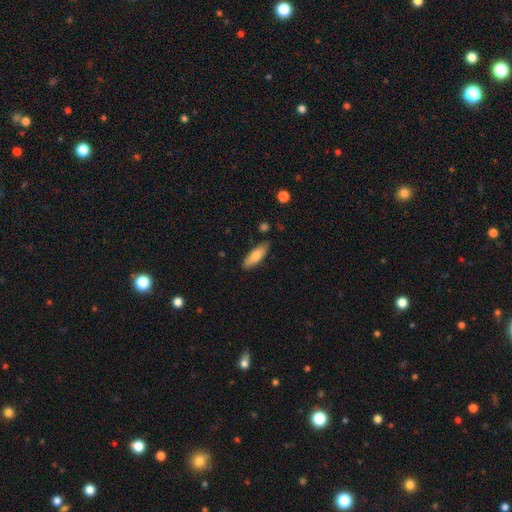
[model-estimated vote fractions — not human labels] Smooth or featured? Predicted: smooth (p=0.76). How rounded? Predicted: in between (p=0.59). Merging? Predicted: none (p=0.85).